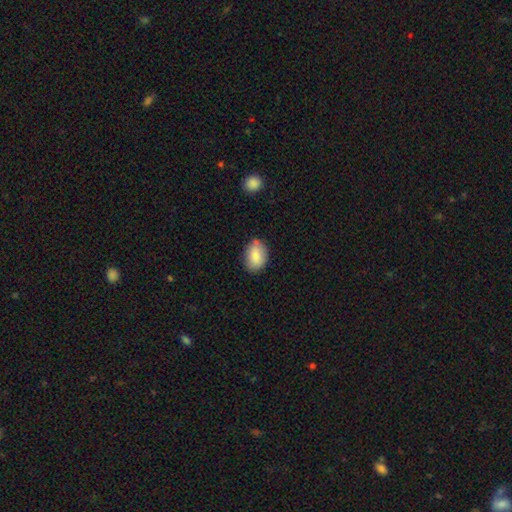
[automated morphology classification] This is clearly a smooth galaxy (83%). How rounded: likely in between (78%). Merging: likely none (78%).